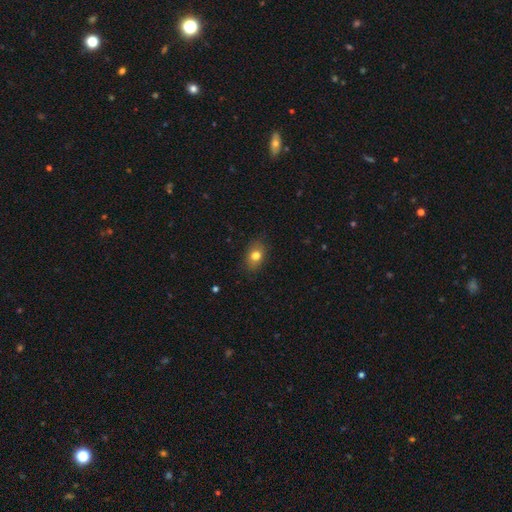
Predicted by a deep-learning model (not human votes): The model was most divided on "how rounded": in between: 73%, round: 26%, cigar-shaped: 2%. More confident: merging — none (84%); smooth or featured — smooth (78%).